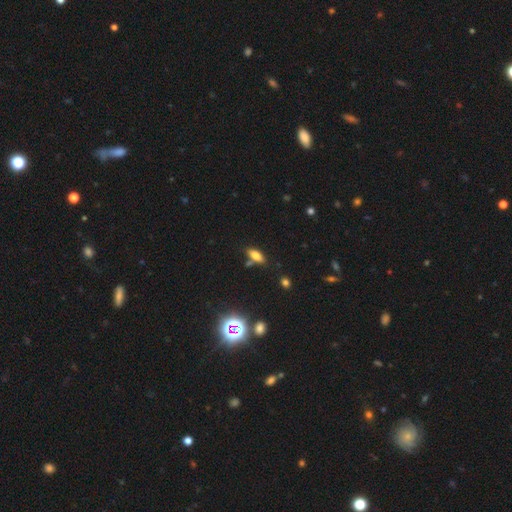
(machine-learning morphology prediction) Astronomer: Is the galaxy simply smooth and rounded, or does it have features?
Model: smooth — 71%.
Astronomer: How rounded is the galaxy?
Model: in between — 78%.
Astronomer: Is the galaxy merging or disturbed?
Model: none — 69%.